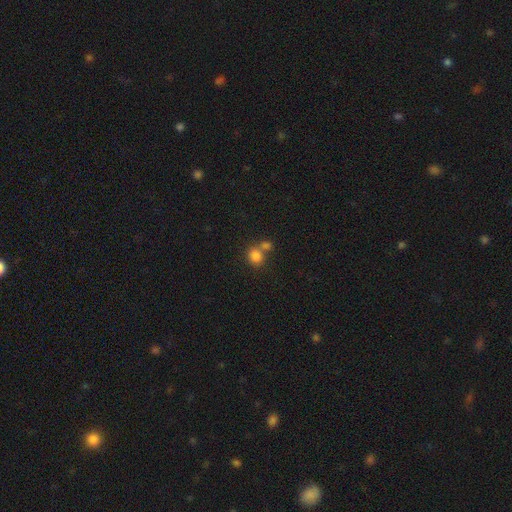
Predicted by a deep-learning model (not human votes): Morphology: type=smooth (82%); roundness=round (71%); merging=none (47%).